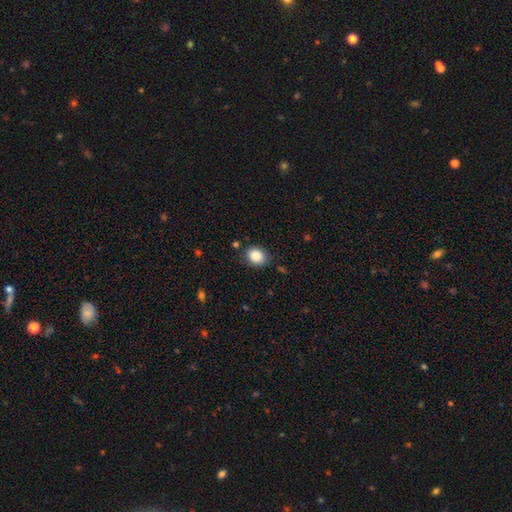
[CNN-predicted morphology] Smooth or featured? Predicted: smooth (p=0.86). How rounded? Predicted: round (p=0.53). Merging? Predicted: none (p=0.83).